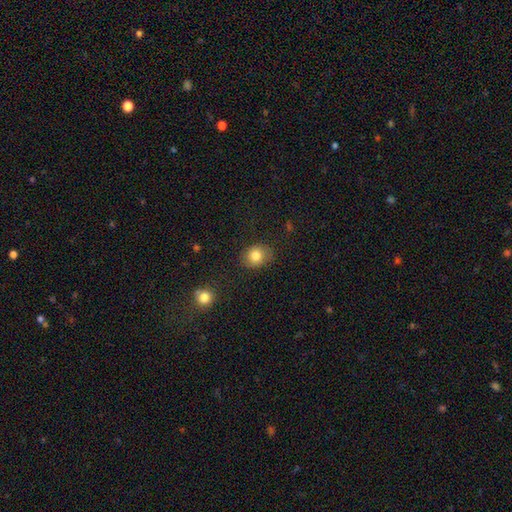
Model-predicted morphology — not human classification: Smooth or featured?
  - smooth: 81% *
  - star or artifact: 10%
  - featured or disk: 8%
How rounded?
  - round: 62% *
  - in between: 37%
  - cigar-shaped: 1%
Merging?
  - none: 82% *
  - minor disturbance: 13%
  - major disturbance: 3%
  - merger: 2%